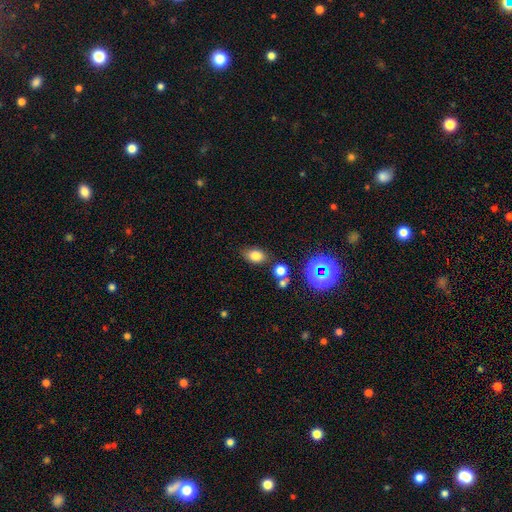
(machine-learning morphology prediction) Overall: smooth (77%). How rounded: in between (74%). Merging: none (76%).